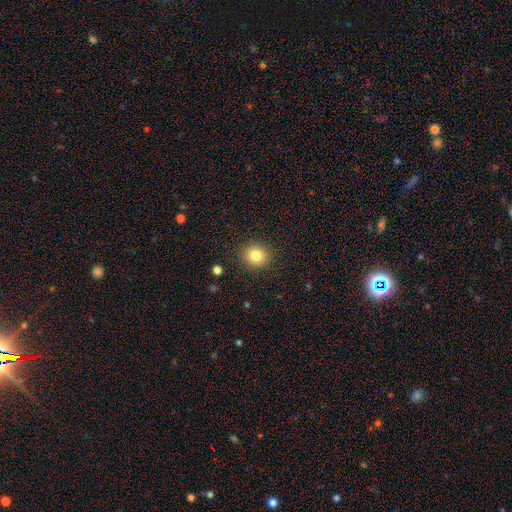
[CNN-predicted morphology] type=smooth (81%); roundness=round (84%); merging=none (89%).